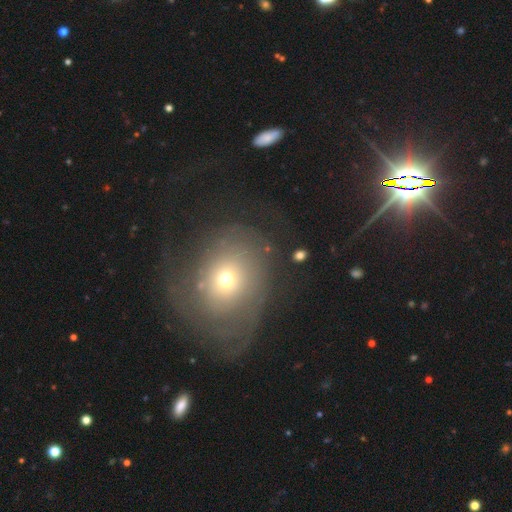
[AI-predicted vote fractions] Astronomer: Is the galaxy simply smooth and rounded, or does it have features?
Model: featured or disk — 46% (runner-up: smooth, 34%).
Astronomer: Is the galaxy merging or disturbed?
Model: none — 59%.